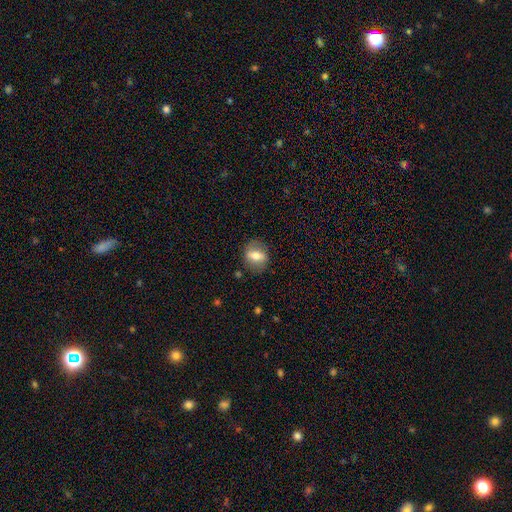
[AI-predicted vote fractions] The model was most divided on "how rounded": in between: 52%, round: 44%, cigar-shaped: 4%. More confident: merging — none (80%); smooth or featured — smooth (55%).